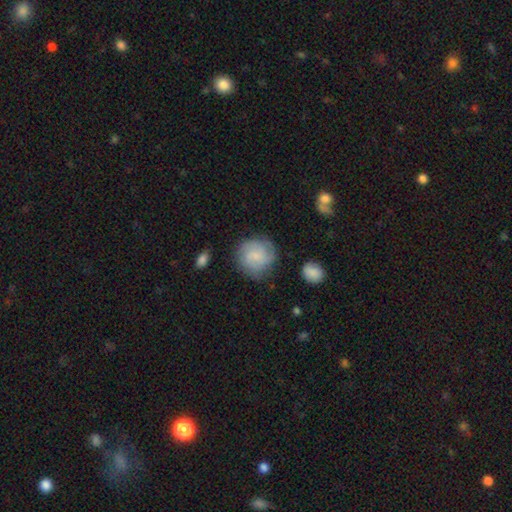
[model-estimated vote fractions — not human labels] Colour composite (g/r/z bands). It shows a smooth galaxy with no disk features (54%) that is round (88%). Merging: none (73%).